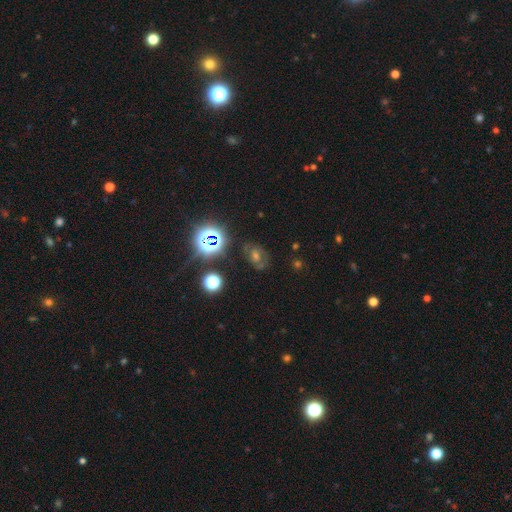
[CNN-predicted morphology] smooth_or_featured: star or artifact (p=0.48) [alt: smooth p=0.27]